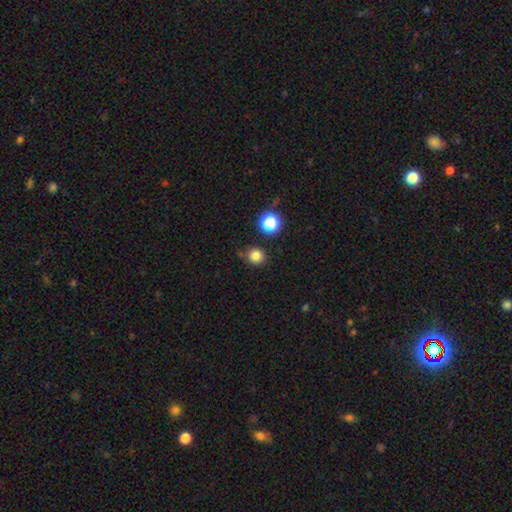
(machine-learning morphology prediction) Q: Smooth or featured?
A: smooth (81%); runner-up: star or artifact (15%)
Q: How rounded?
A: round (88%); runner-up: in between (11%)
Q: Merging?
A: none (82%); runner-up: minor disturbance (10%)